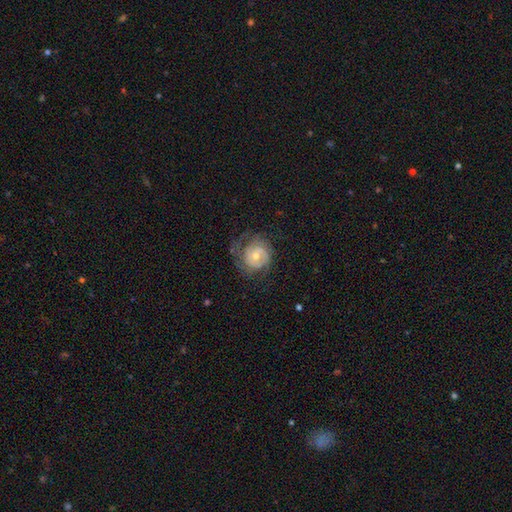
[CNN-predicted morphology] Smooth or featured? featured or disk (74%)
Edge-on disk? no (98%)
Bar? no (72%)
Spiral arms? yes (90%)
Spiral winding? tight (60%)
Spiral arm count? 2 (35%)
Bulge size? moderate (51%)
Merging? none (60%)